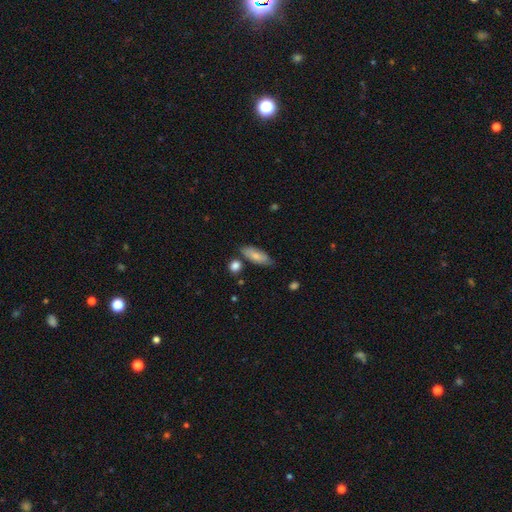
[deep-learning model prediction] Smooth or featured? Predicted: smooth (p=0.76). How rounded? Predicted: in between (p=0.75). Merging? Predicted: none (p=0.73).